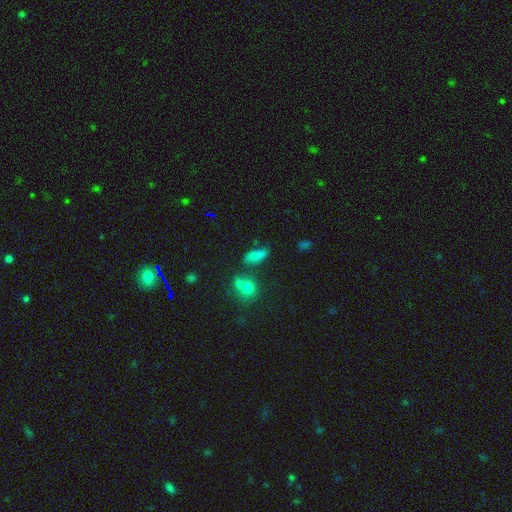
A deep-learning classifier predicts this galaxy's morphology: The model was most divided on "merging": none: 51%, minor disturbance: 21%, merger: 17%, major disturbance: 10%. More confident: smooth or featured — smooth (71%); how rounded — in between (70%).